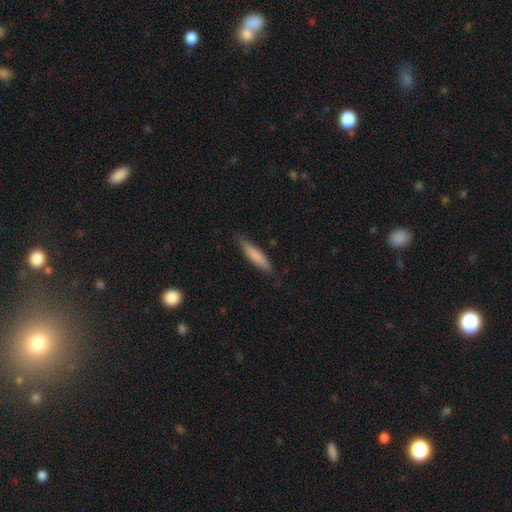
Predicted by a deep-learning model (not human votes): Overall: smooth (77%). How rounded: cigar-shaped (83%). Merging: none (83%).